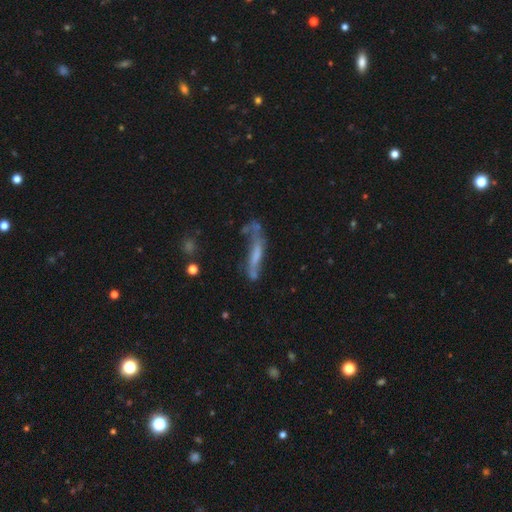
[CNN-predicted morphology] A featured or disk galaxy (49%).

Vote fractions:
- Smooth or featured? featured or disk: 49% / smooth: 39% / star or artifact: 12%
- Merging? none: 36% / major disturbance: 25% / minor disturbance: 23% / merger: 17%